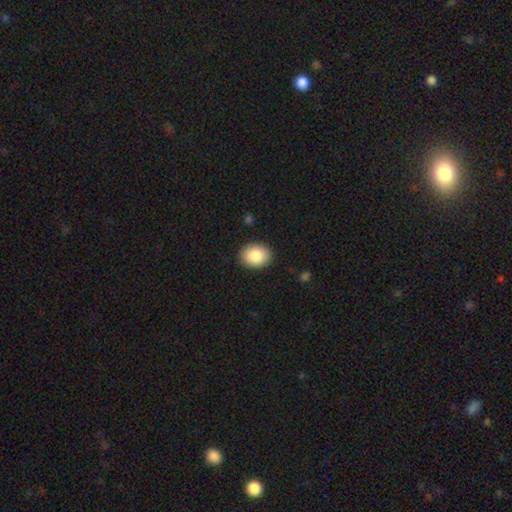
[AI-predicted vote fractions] Morphology: type=smooth (87%); roundness=in between (62%); merging=none (90%).